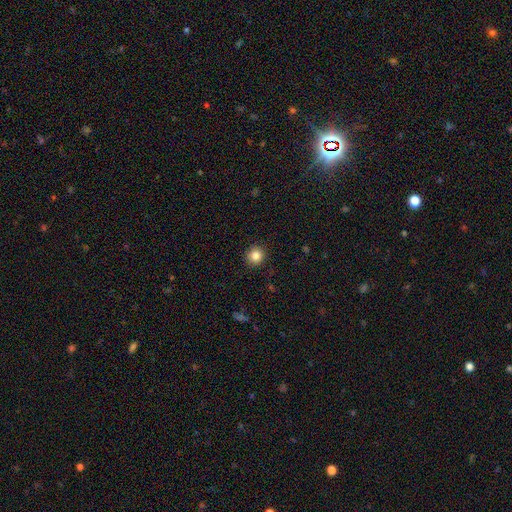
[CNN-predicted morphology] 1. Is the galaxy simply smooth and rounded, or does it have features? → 85% smooth, 10% star or artifact, 5% featured or disk.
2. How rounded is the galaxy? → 91% round, 9% in between, 1% cigar-shaped.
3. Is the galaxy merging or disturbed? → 90% none, 7% minor disturbance, 2% major disturbance, 1% merger.